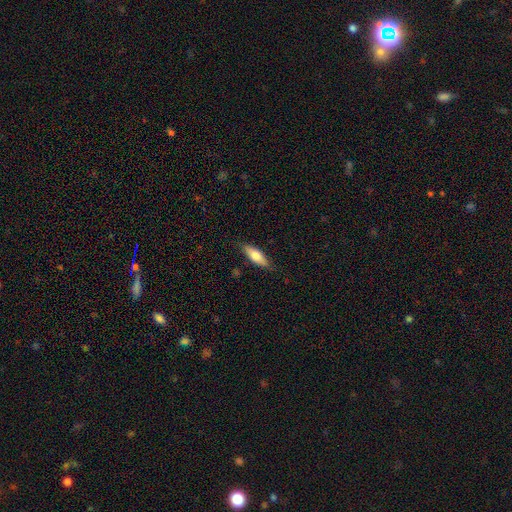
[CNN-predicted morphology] smooth_or_featured: smooth (p=0.71) [alt: featured or disk p=0.23]
how_rounded: in between (p=0.67) [alt: cigar-shaped p=0.31]
merging: none (p=0.84) [alt: minor disturbance p=0.12]